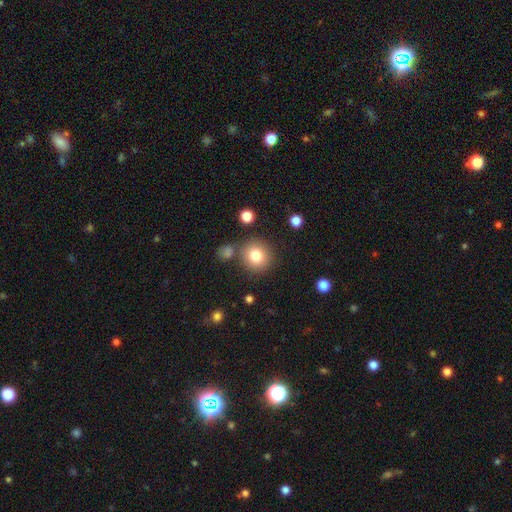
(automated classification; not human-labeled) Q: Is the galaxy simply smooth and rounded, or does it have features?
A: smooth — 81%.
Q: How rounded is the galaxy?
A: round — 91%.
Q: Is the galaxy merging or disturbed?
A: none — 80%.